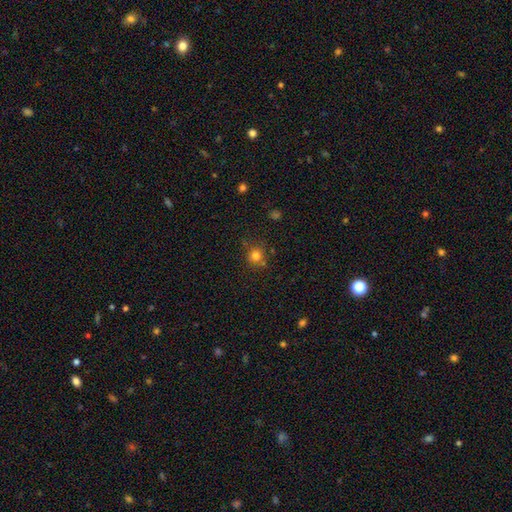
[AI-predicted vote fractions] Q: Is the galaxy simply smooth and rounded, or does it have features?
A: smooth — 79%.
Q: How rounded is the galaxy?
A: round — 91%.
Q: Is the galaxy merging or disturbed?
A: none — 77%.